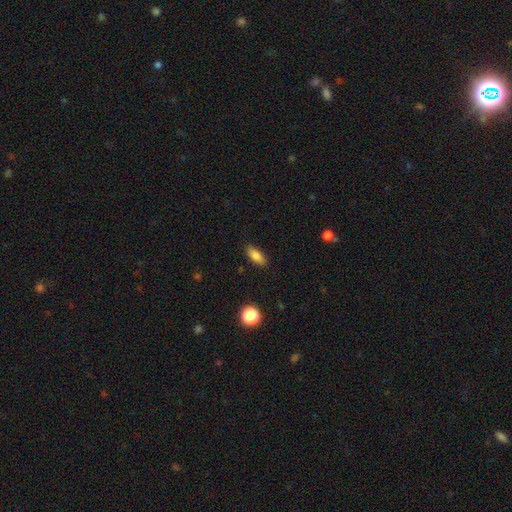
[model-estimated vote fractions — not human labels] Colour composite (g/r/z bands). It shows a smooth galaxy with no disk features (84%) that is in between round and cigar-shaped (80%). Merging: none (88%).